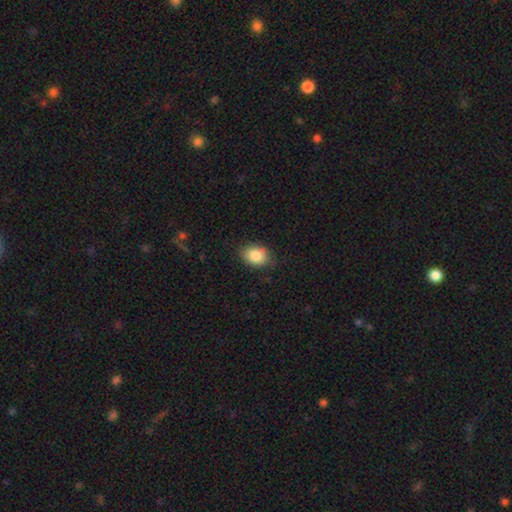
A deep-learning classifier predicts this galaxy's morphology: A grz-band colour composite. It shows a smooth galaxy with no disk features (85%) that is in between round and cigar-shaped (69%). Merging: none (79%).